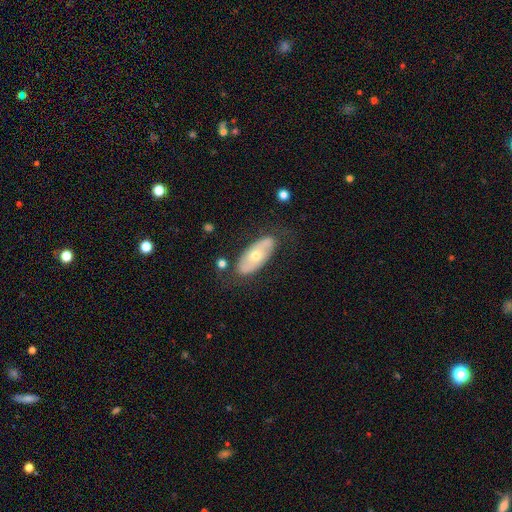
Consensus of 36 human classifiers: Morphology: type=smooth (53%); roundness=in between (100%); merging=none (74%).